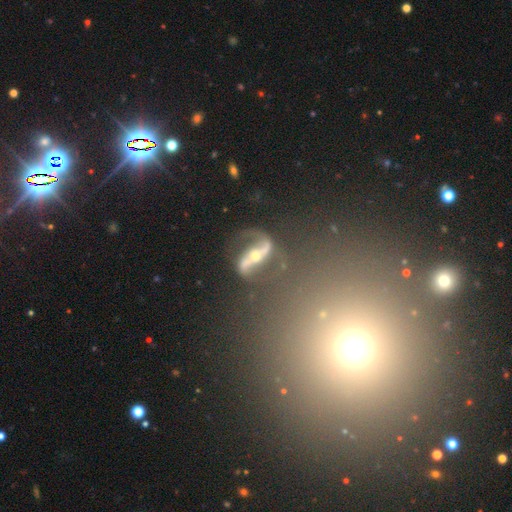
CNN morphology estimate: Smooth or featured? Predicted: featured or disk (p=0.84). Edge-on disk? Predicted: no (p=0.90). Bar? Predicted: strong (p=0.58). Spiral arms? Predicted: yes (p=0.92). Spiral winding? Predicted: loose (p=0.61). Spiral arm count? Predicted: 2 (p=0.91). Bulge size? Predicted: moderate (p=0.53). Merging? Predicted: none (p=0.59).